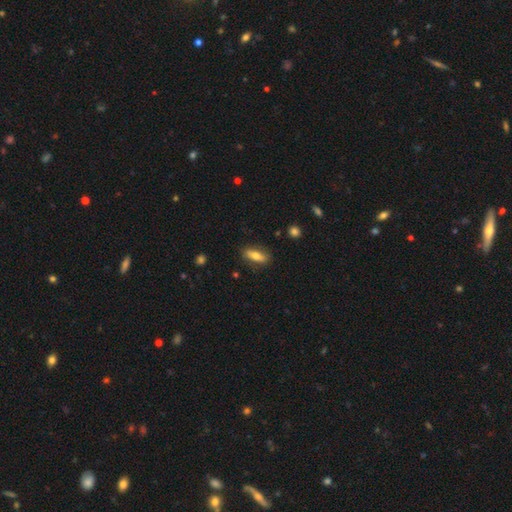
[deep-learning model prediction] This is likely a smooth galaxy (69%). How rounded: likely in between (66%). Merging: clearly none (83%).